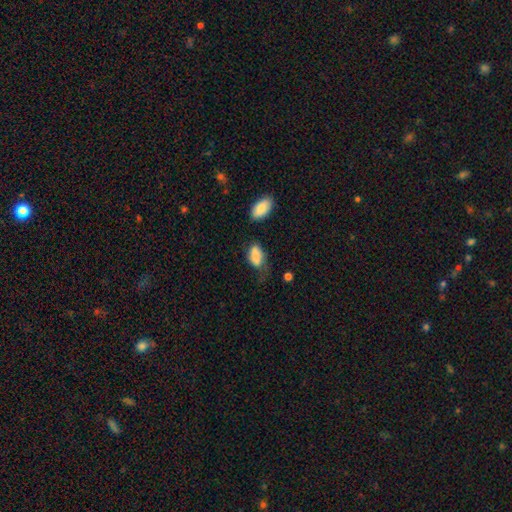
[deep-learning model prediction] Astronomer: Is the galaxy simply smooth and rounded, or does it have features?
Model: smooth — 85%.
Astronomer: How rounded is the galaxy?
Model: in between — 92%.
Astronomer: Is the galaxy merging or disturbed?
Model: none — 35% (runner-up: minor disturbance, 33%).